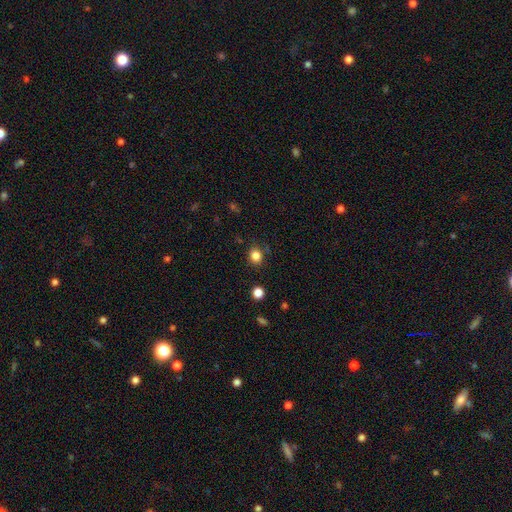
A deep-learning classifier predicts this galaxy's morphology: Smooth or featured: smooth — 83% (star or artifact — 12%)
How rounded: round — 76% (in between — 24%)
Merging: none — 83% (minor disturbance — 11%)